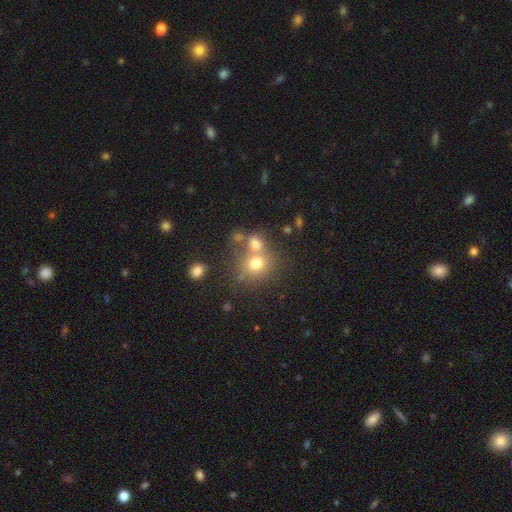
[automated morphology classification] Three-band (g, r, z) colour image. It shows a smooth galaxy with no disk features (62%) that is round (80%). Merging: none (46%).